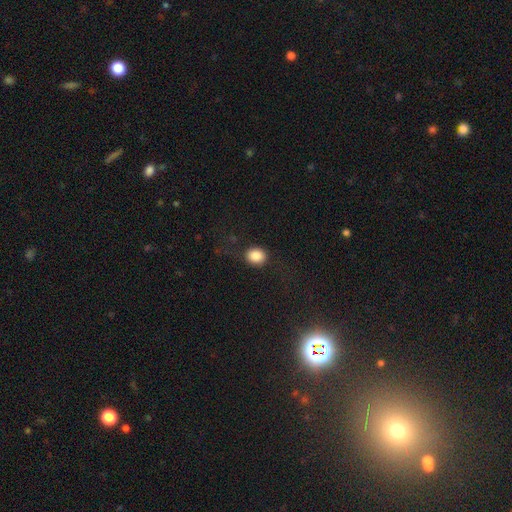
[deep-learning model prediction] Q: Smooth or featured?
A: smooth (86%); runner-up: star or artifact (9%)
Q: How rounded?
A: round (61%); runner-up: in between (38%)
Q: Merging?
A: none (80%); runner-up: minor disturbance (12%)